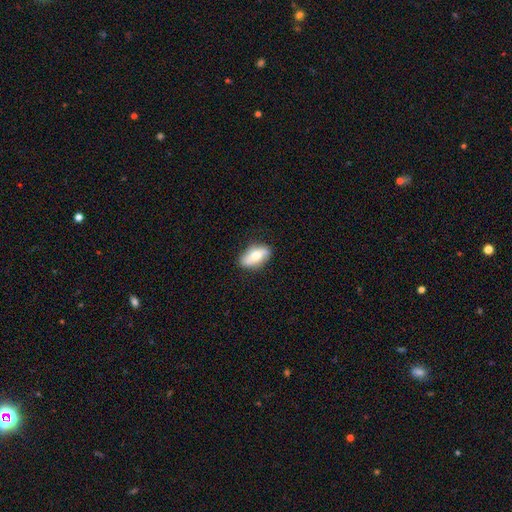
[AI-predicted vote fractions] A smooth galaxy with no disk features (63%) that is in between round and cigar-shaped (87%).

Vote fractions:
- Smooth or featured? smooth: 63% / featured or disk: 31% / star or artifact: 7%
- How rounded? in between: 87% / cigar-shaped: 9% / round: 5%
- Merging? none: 82% / minor disturbance: 14% / major disturbance: 3% / merger: 1%